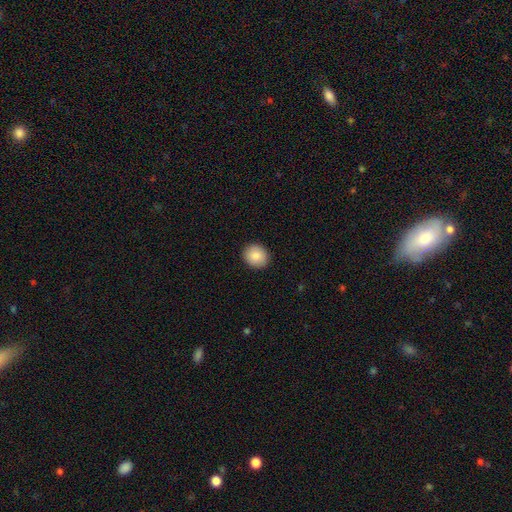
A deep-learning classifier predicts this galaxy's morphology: Smooth or featured? Predicted: smooth (p=0.87). How rounded? Predicted: round (p=0.77). Merging? Predicted: none (p=0.91).